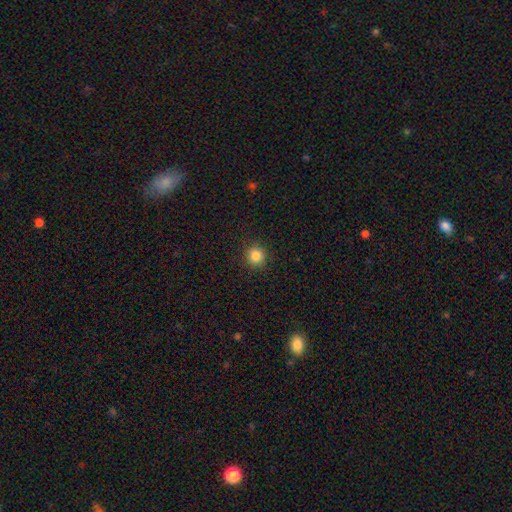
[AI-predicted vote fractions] Morphology: type=smooth (84%); roundness=round (94%); merging=none (91%).